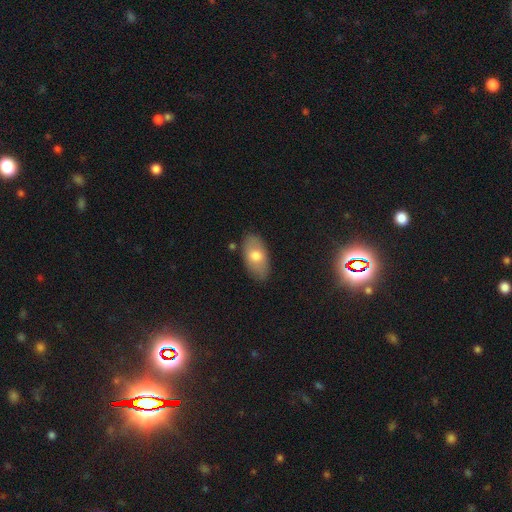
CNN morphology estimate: smooth 67%, featured or disk 26%, star or artifact 7%. Down the decision tree: how rounded — in between (93%); merging — none (83%).